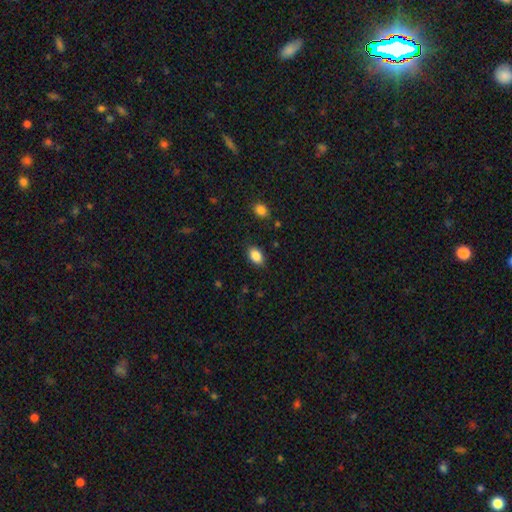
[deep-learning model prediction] This is clearly a smooth galaxy (87%). How rounded: clearly in between (85%). Merging: clearly none (82%).